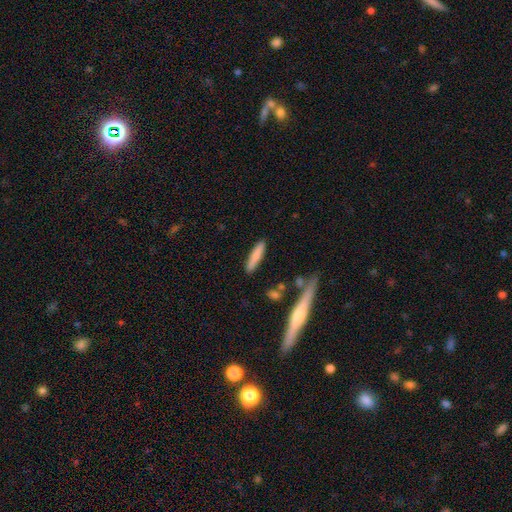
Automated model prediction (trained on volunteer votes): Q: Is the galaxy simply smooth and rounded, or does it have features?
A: smooth — 79%.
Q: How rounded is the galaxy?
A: cigar-shaped — 86%.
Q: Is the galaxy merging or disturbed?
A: none — 85%.